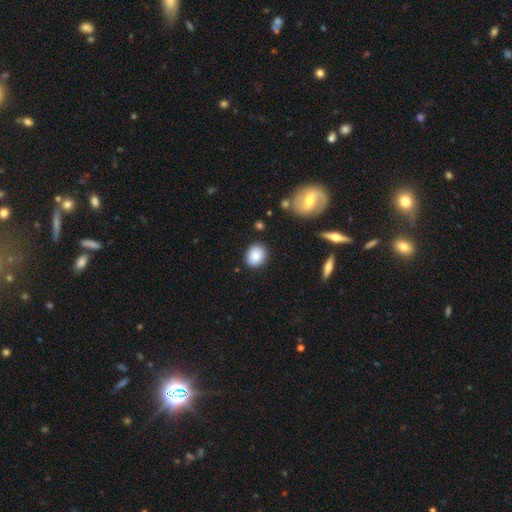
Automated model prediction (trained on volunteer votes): Q: Smooth or featured?
A: smooth (85%); runner-up: star or artifact (8%)
Q: How rounded?
A: round (63%); runner-up: in between (36%)
Q: Merging?
A: none (86%); runner-up: minor disturbance (10%)